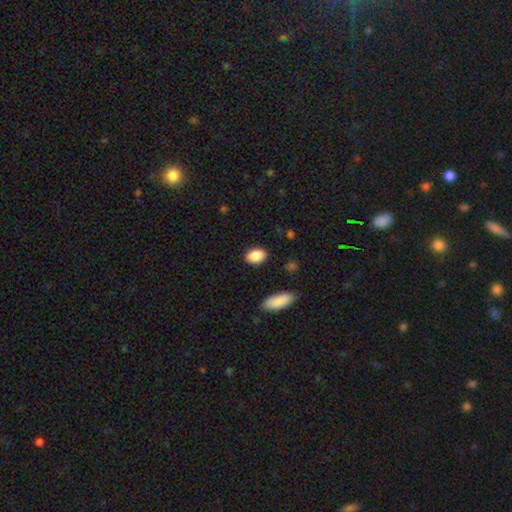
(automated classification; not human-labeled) This appears to be a smooth galaxy with no disk features (89%) that is in between round and cigar-shaped (85%). Merging: none (88%).